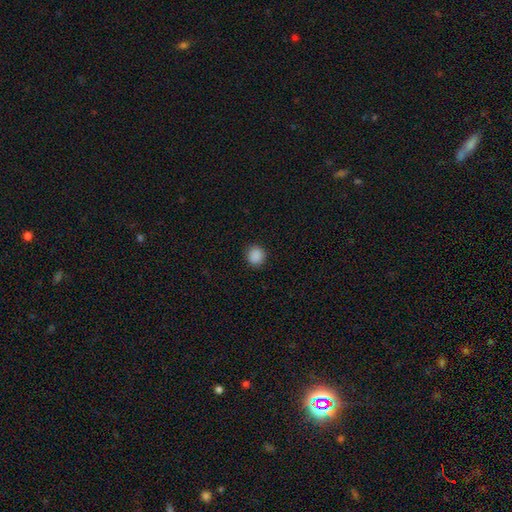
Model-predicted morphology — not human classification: Smooth or featured? Predicted: smooth (p=0.88). How rounded? Predicted: round (p=0.91). Merging? Predicted: none (p=0.91).